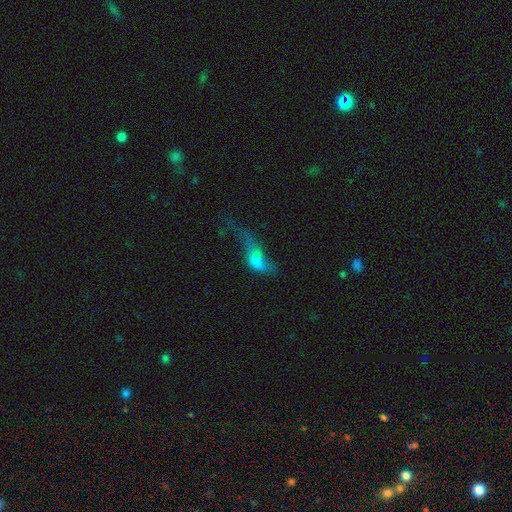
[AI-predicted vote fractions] smooth-or-featured: smooth: 52% | featured or disk: 35% | star or artifact: 13%
  how-rounded: in between: 78% | cigar-shaped: 15% | round: 7%
  merging: major disturbance: 57% | merger: 17% | none: 13% | minor disturbance: 13%